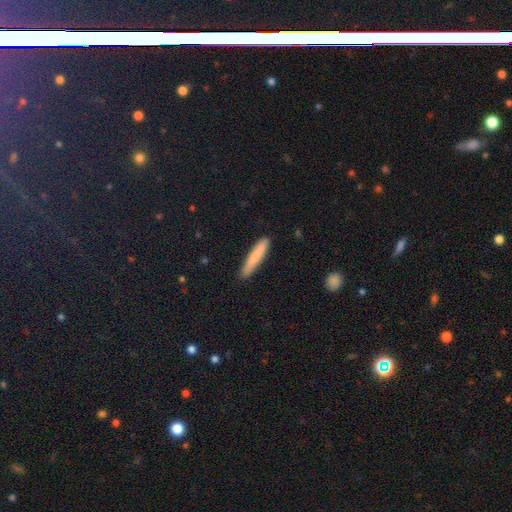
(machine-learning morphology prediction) This is clearly a smooth galaxy (81%). How rounded: clearly cigar-shaped (91%). Merging: clearly none (87%).